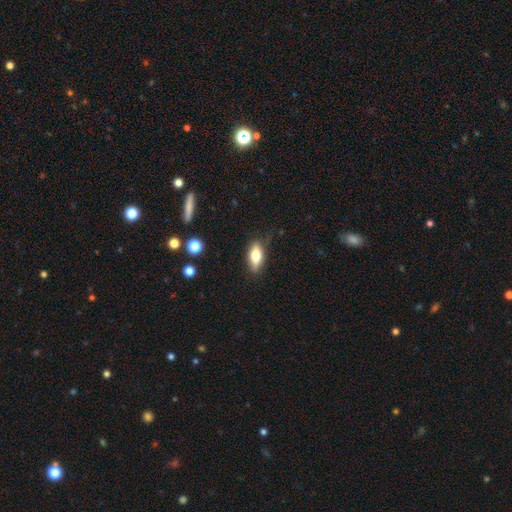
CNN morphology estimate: This is likely a smooth galaxy (67%). How rounded: likely in between (76%). Merging: likely none (78%).